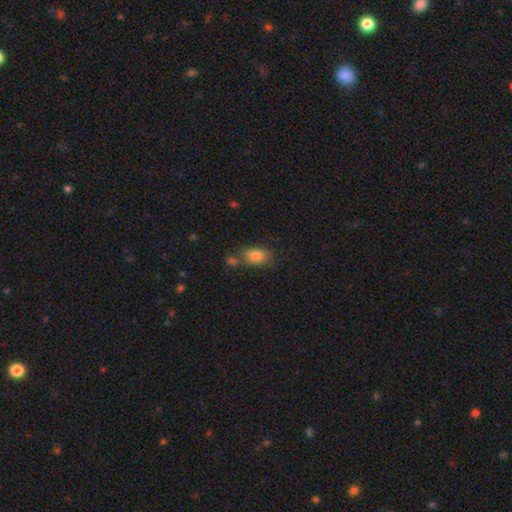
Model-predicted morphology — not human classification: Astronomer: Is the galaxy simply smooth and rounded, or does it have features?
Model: smooth — 83%.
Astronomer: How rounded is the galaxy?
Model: in between — 83%.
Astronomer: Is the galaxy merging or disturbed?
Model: none — 57%.